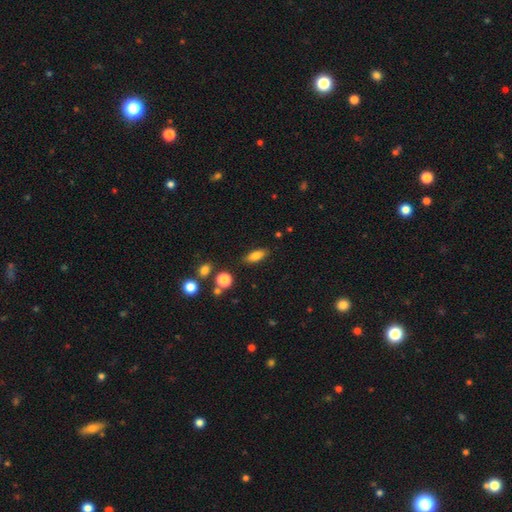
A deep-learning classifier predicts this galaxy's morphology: Smooth or featured: smooth — 79% (featured or disk — 12%)
How rounded: in between — 76% (cigar-shaped — 18%)
Merging: none — 83% (minor disturbance — 11%)